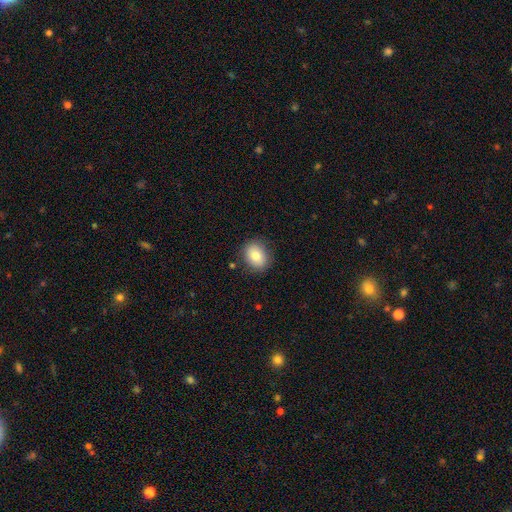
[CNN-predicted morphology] Smooth or featured?
  - smooth: 81% *
  - featured or disk: 11%
  - star or artifact: 8%
How rounded?
  - round: 55% *
  - in between: 45%
  - cigar-shaped: 1%
Merging?
  - none: 84% *
  - minor disturbance: 11%
  - major disturbance: 3%
  - merger: 1%